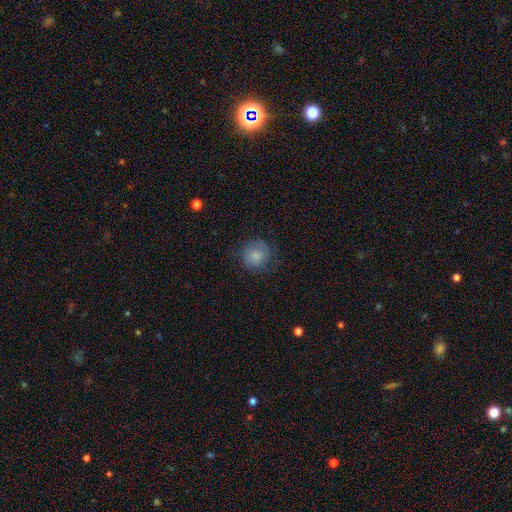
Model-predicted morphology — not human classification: smooth_or_featured: smooth (p=0.79) [alt: featured or disk p=0.12]
how_rounded: round (p=0.88) [alt: in between p=0.12]
merging: none (p=0.73) [alt: minor disturbance p=0.18]